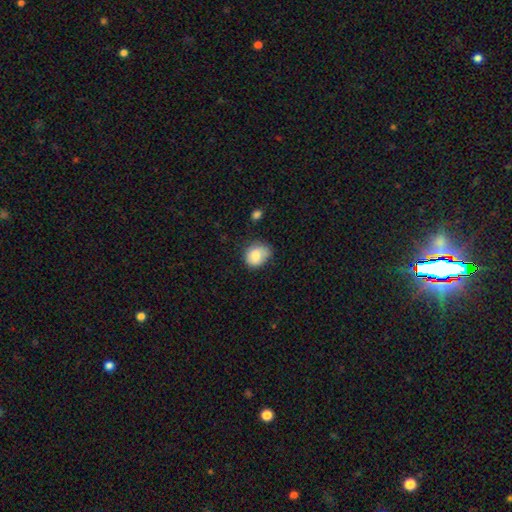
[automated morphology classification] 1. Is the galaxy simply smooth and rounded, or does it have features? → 78% smooth, 14% featured or disk, 8% star or artifact.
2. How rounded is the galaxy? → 55% round, 44% in between, 1% cigar-shaped.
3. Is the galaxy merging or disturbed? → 52% none, 35% minor disturbance, 10% major disturbance, 4% merger.